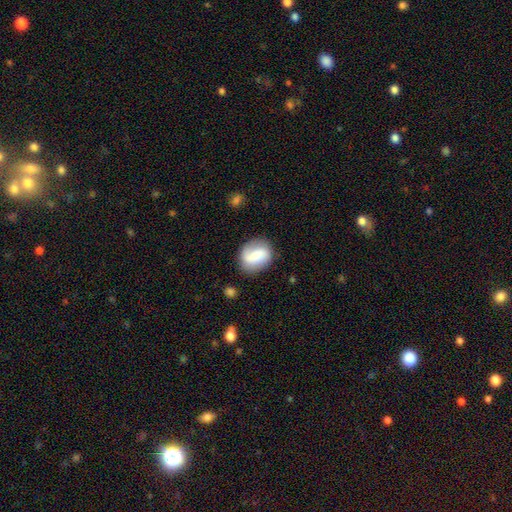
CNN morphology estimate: This is possibly a smooth galaxy (55%). How rounded: possibly round (51%). Merging: likely none (75%).